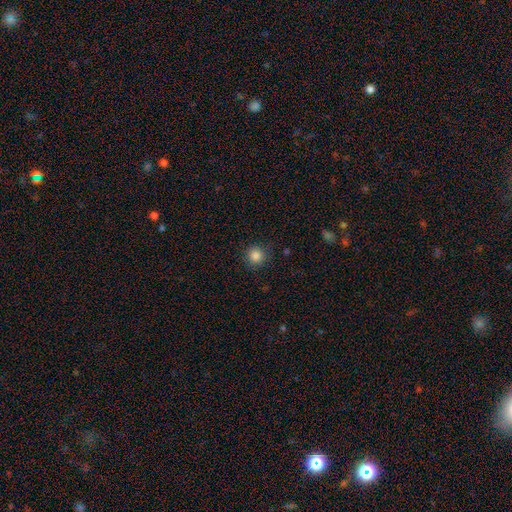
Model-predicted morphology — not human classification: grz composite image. It shows a smooth galaxy with no disk features (85%) that is round (94%). Merging: none (88%).